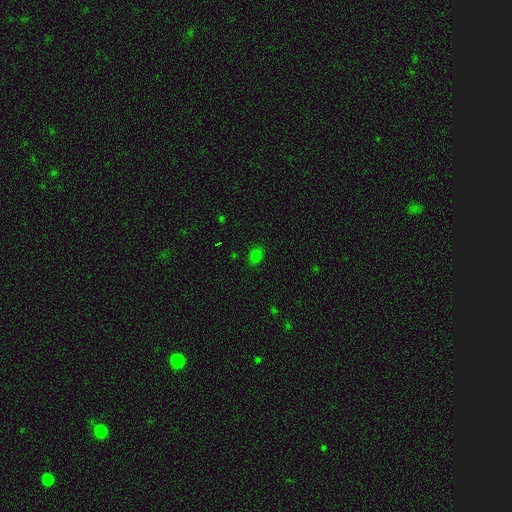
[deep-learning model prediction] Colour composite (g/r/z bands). It shows a smooth galaxy with no disk features (75%) that is round (55%). Merging: none (86%).